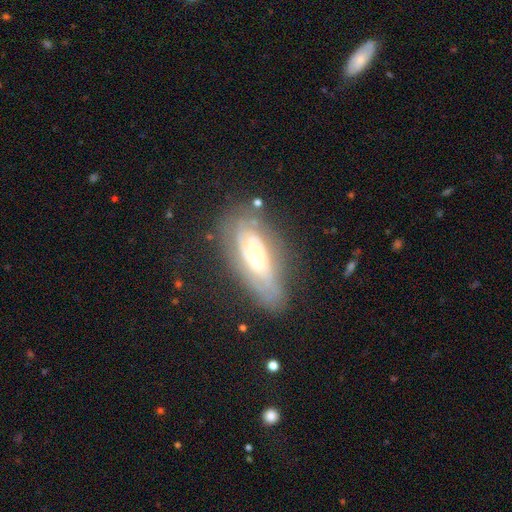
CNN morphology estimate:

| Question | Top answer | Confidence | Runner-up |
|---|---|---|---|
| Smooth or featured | featured or disk | 67% | smooth (24%) |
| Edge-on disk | no | 70% | yes (30%) |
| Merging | none | 70% | minor disturbance (20%) |